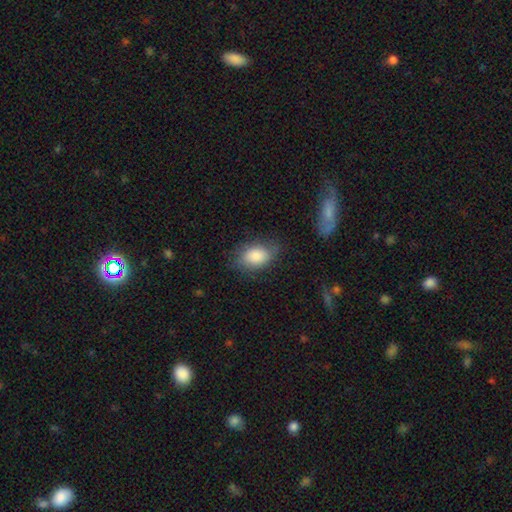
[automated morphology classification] The model was most divided on "merging": none: 69%, minor disturbance: 23%, major disturbance: 6%, merger: 2%. More confident: how rounded — in between (86%); smooth or featured — smooth (83%).